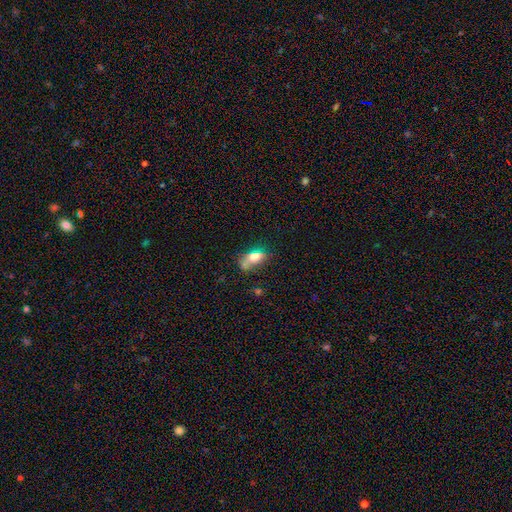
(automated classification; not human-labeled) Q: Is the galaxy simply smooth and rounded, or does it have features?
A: smooth — 68%.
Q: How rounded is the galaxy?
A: in between — 75%.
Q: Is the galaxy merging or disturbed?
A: none — 32%.